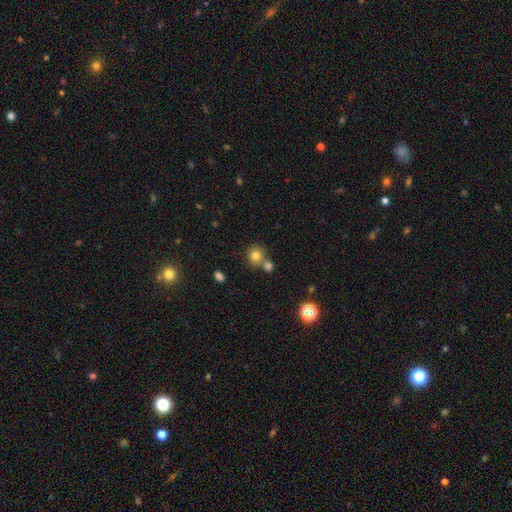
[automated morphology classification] A smooth galaxy with no disk features (79%) that is round (85%). Merging: none (59%).